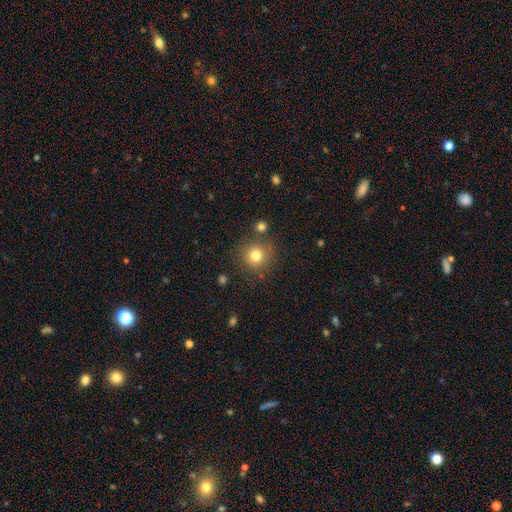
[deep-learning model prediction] Morphology: type=smooth (79%); roundness=round (93%); merging=none (82%).